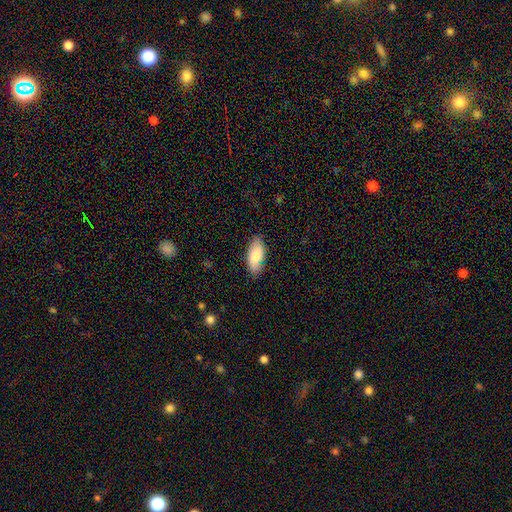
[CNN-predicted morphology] This appears to be a smooth galaxy with no disk features (79%) that is in between round and cigar-shaped (87%). Merging: none (85%).